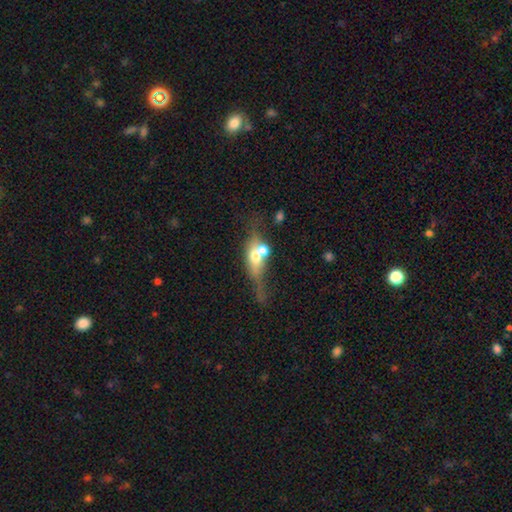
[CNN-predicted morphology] The model was most divided on "smooth or featured": smooth: 47%, featured or disk: 44%, star or artifact: 9%. Remaining: merging — merger (41%).